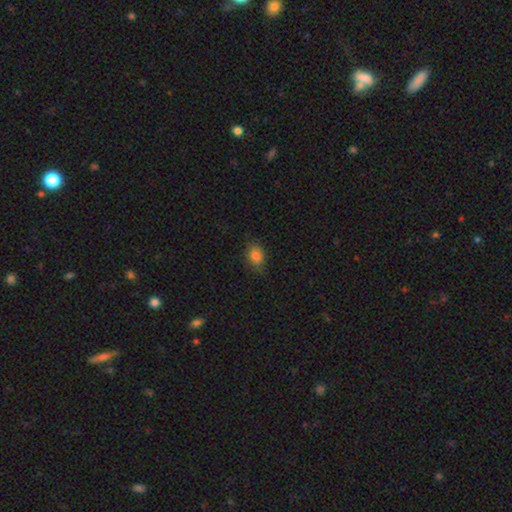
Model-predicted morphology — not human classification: This appears to be a smooth galaxy with no disk features (84%) that is in between round and cigar-shaped (69%). Merging: none (78%).